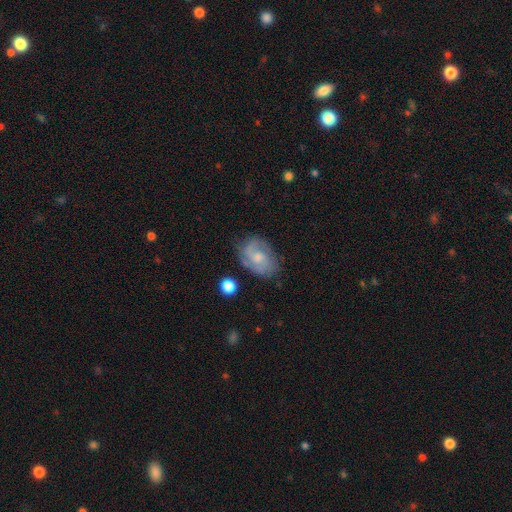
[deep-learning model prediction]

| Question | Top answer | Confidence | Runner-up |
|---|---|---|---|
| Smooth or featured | featured or disk | 68% | smooth (25%) |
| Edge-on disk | no | 97% | yes (3%) |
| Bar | no | 65% | weak (31%) |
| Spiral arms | yes | 88% | no (12%) |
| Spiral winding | medium | 45% | tight (37%) |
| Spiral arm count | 2 | 56% | can't tell (23%) |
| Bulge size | small | 48% | moderate (41%) |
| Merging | none | 67% | minor disturbance (22%) |